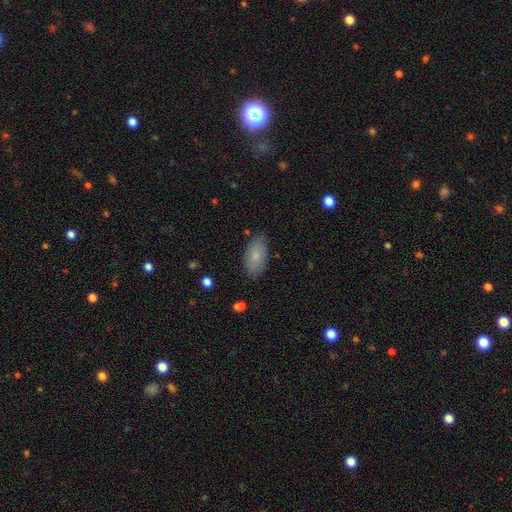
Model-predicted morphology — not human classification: smooth-or-featured: smooth: 79% | featured or disk: 14% | star or artifact: 7%
  how-rounded: in between: 93% | cigar-shaped: 4% | round: 3%
  merging: none: 84% | minor disturbance: 12% | major disturbance: 3% | merger: 1%